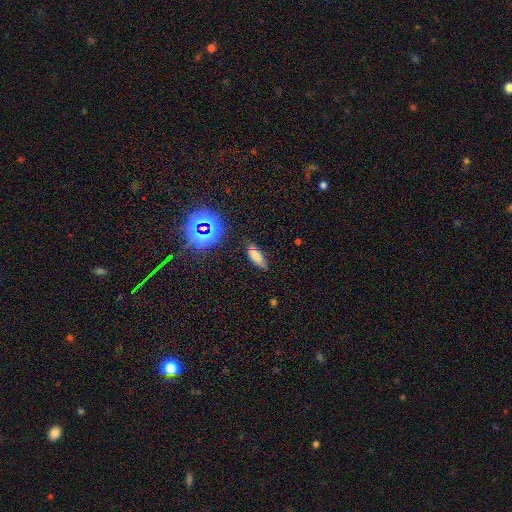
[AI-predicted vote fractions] smooth_or_featured: smooth (p=0.69) [alt: star or artifact p=0.18]
how_rounded: in between (p=0.71) [alt: cigar-shaped p=0.25]
merging: none (p=0.72) [alt: minor disturbance p=0.21]